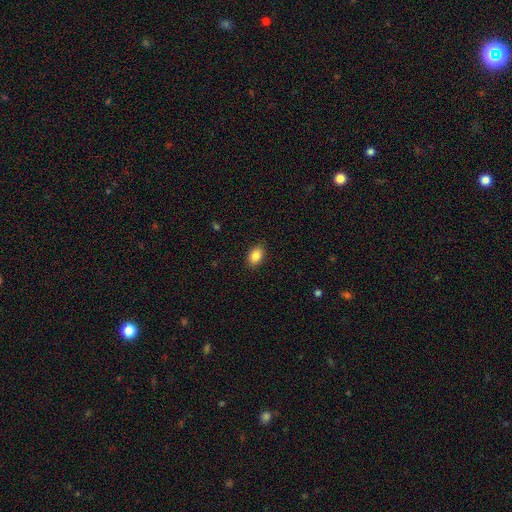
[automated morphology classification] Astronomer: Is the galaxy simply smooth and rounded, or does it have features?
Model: smooth — 87%.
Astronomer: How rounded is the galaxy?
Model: in between — 86%.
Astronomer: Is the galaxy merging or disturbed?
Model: none — 88%.